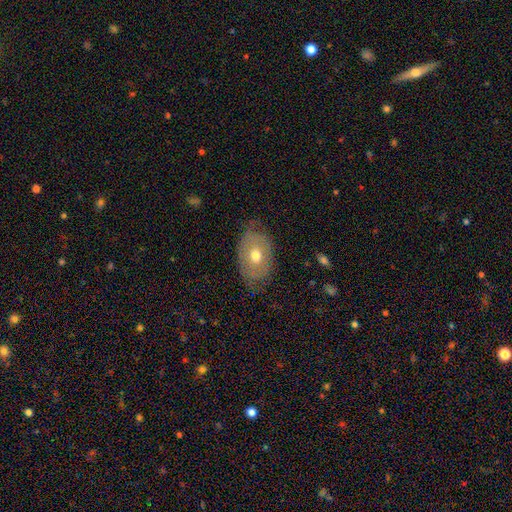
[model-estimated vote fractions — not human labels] Smooth or featured? smooth (50%)
How rounded? in between (80%)
Merging? none (66%)